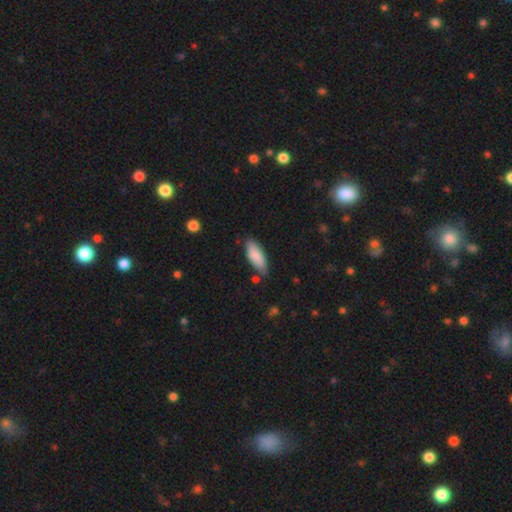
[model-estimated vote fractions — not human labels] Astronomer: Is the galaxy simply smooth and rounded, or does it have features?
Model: smooth — 87%.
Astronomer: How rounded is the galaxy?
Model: in between — 72%.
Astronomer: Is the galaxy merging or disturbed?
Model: none — 75%.